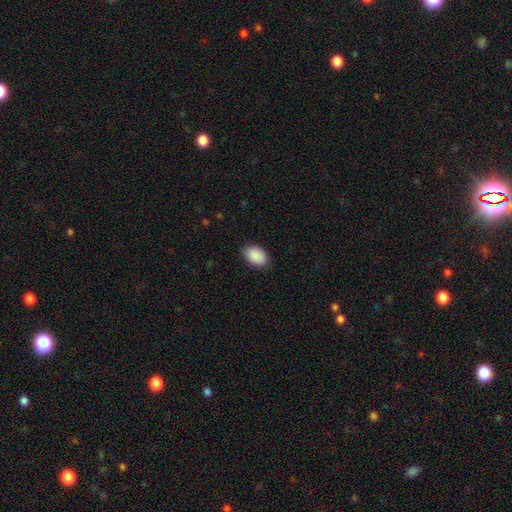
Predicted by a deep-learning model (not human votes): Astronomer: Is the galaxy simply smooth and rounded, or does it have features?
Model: smooth — 91%.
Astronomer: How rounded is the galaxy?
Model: in between — 88%.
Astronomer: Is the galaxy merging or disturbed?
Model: none — 86%.